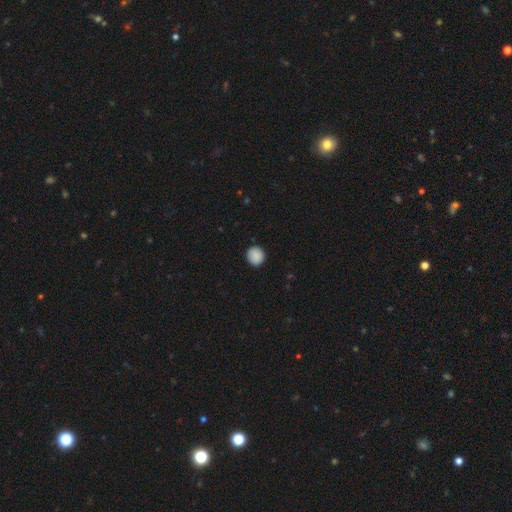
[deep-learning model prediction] smooth 89%, star or artifact 8%, featured or disk 3%. Down the decision tree: how rounded — round (90%); merging — none (89%).